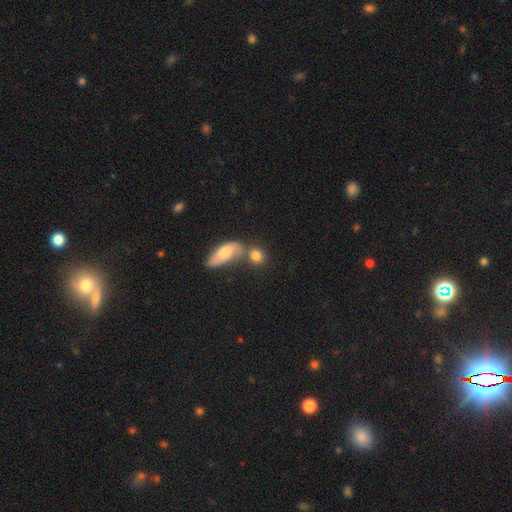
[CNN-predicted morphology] A smooth galaxy with no disk features (80%) that is round (66%).

Vote fractions:
- Smooth or featured? smooth: 80% / featured or disk: 11% / star or artifact: 9%
- How rounded? round: 66% / in between: 29% / cigar-shaped: 5%
- Merging? none: 51% / merger: 34% / minor disturbance: 11% / major disturbance: 5%